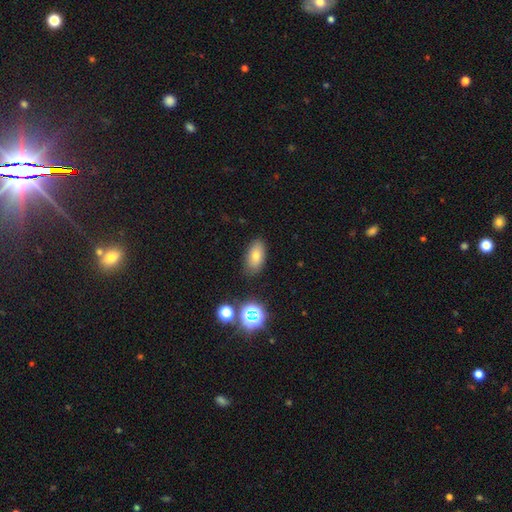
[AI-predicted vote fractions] smooth 75%, featured or disk 13%, star or artifact 12%. Down the decision tree: how rounded — in between (89%); merging — none (83%).